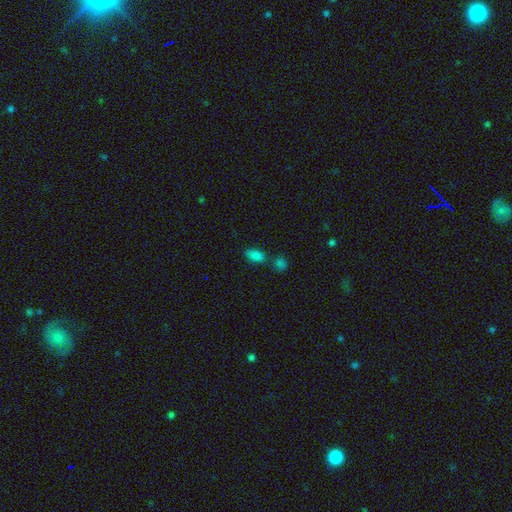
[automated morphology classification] smooth-or-featured: smooth: 82% | star or artifact: 13% | featured or disk: 4%
  how-rounded: in between: 88% | cigar-shaped: 7% | round: 5%
  merging: none: 60% | merger: 24% | minor disturbance: 12% | major disturbance: 4%